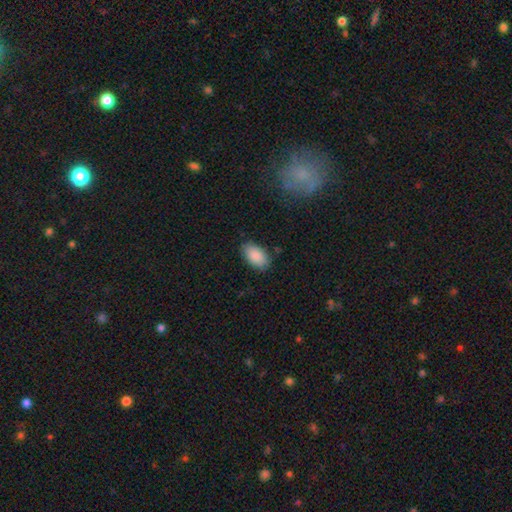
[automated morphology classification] Q: Smooth or featured?
A: smooth (89%); runner-up: star or artifact (6%)
Q: How rounded?
A: in between (94%); runner-up: round (4%)
Q: Merging?
A: none (84%); runner-up: minor disturbance (12%)